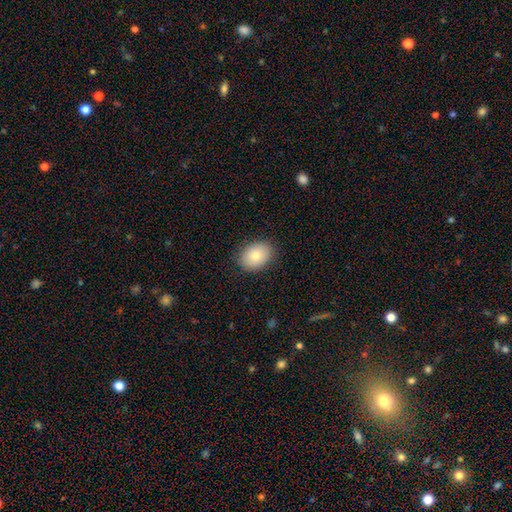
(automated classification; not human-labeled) Smooth or featured? Predicted: smooth (p=0.80). How rounded? Predicted: in between (p=0.69). Merging? Predicted: none (p=0.87).